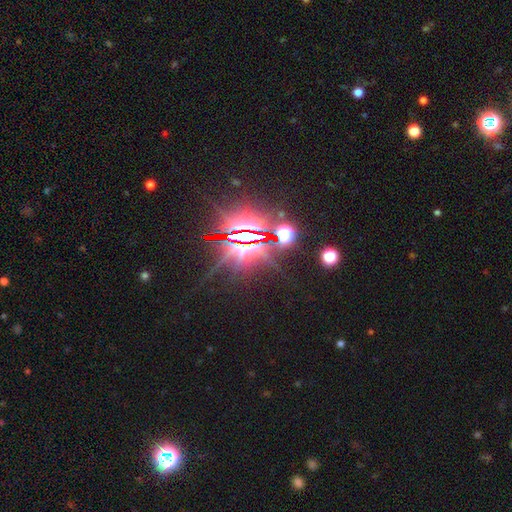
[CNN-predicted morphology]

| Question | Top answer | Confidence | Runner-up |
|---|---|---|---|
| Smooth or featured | star or artifact | 83% | featured or disk (10%) |